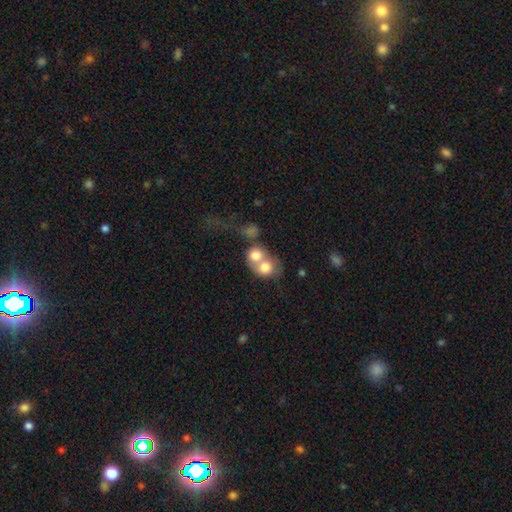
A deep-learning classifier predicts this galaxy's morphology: Smooth or featured? Predicted: smooth (p=0.71). How rounded? Predicted: round (p=0.68). Merging? Predicted: merger (p=0.74).